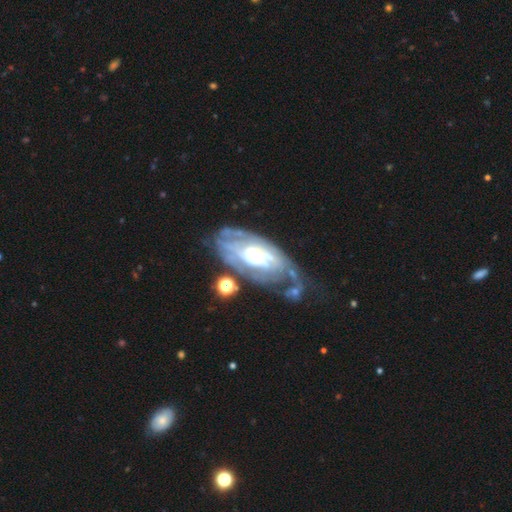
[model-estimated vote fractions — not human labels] A featured or disk galaxy (79%) with no bar (61%), tight (60%) spiral arms (76%) and a small central bulge (50%). Merging: none (38%).